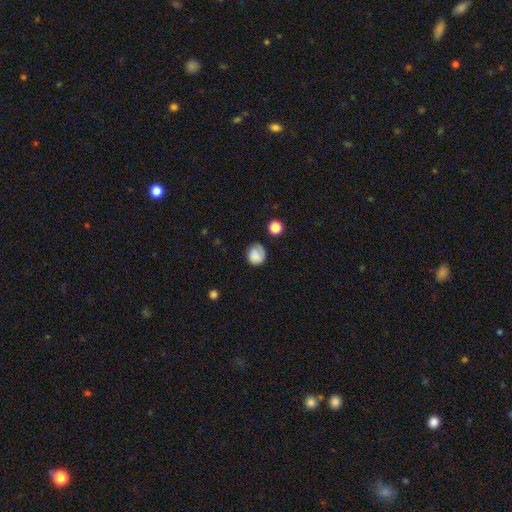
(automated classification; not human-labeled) smooth-or-featured: smooth: 79% | featured or disk: 12% | star or artifact: 9%
  how-rounded: round: 80% | in between: 19% | cigar-shaped: 1%
  merging: none: 66% | minor disturbance: 23% | major disturbance: 9% | merger: 3%